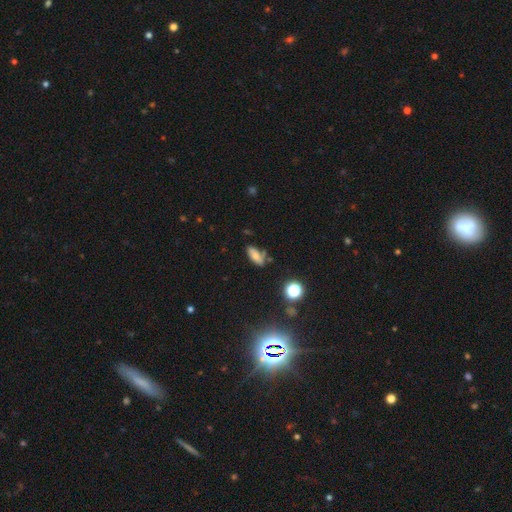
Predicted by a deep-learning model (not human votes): This appears to be a smooth galaxy with no disk features (66%) that is in between round and cigar-shaped (78%). Merging: none (62%).